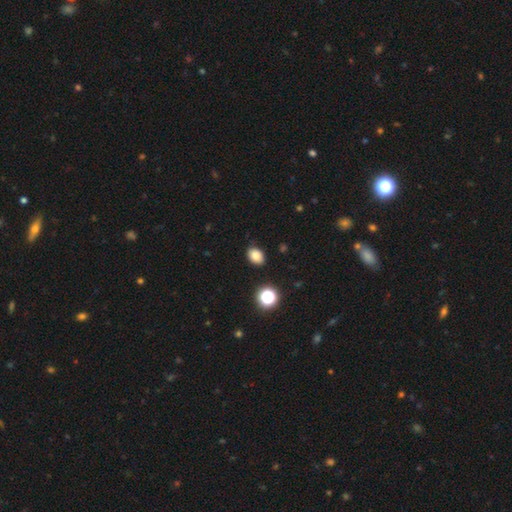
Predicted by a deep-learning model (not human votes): smooth 82%, star or artifact 12%, featured or disk 6%. Down the decision tree: how rounded — in between (74%); merging — none (87%).